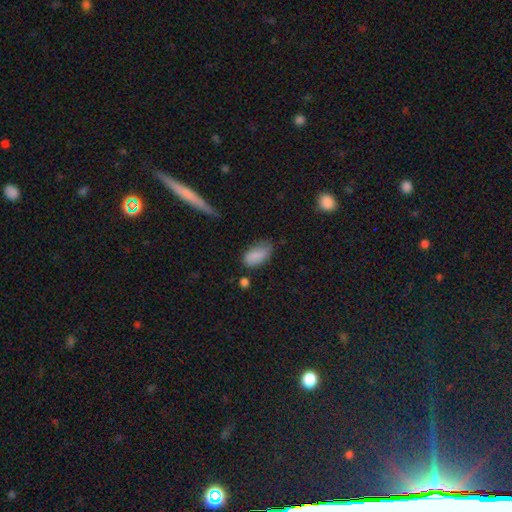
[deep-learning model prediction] Smooth or featured?
  - smooth: 83% *
  - featured or disk: 9%
  - star or artifact: 8%
How rounded?
  - in between: 93% *
  - round: 4%
  - cigar-shaped: 3%
Merging?
  - none: 52% *
  - minor disturbance: 35%
  - major disturbance: 10%
  - merger: 4%